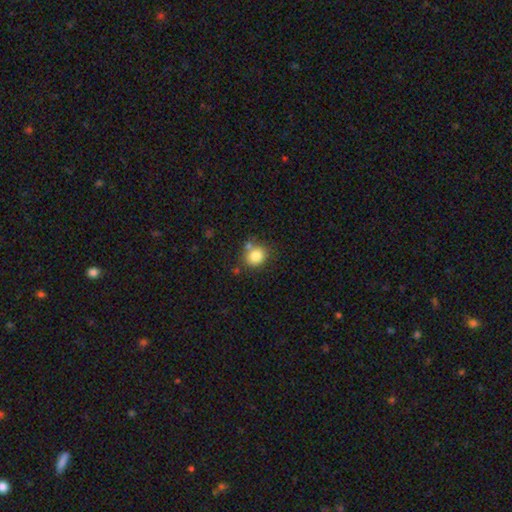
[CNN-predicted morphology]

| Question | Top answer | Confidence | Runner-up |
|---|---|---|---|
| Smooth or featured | smooth | 83% | star or artifact (10%) |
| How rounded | round | 73% | in between (26%) |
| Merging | none | 66% | merger (15%) |